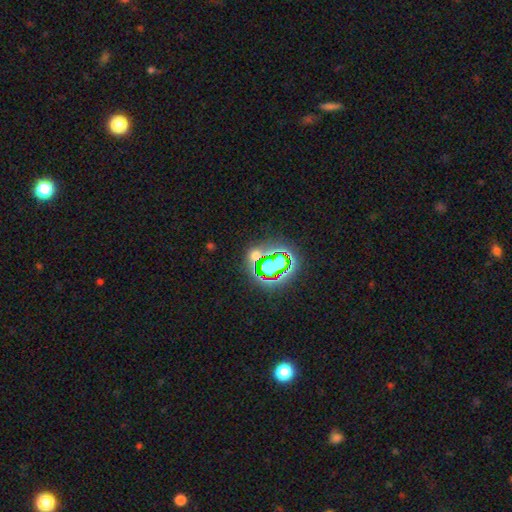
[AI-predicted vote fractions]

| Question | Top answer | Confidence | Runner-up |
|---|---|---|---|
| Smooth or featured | star or artifact | 69% | smooth (20%) |